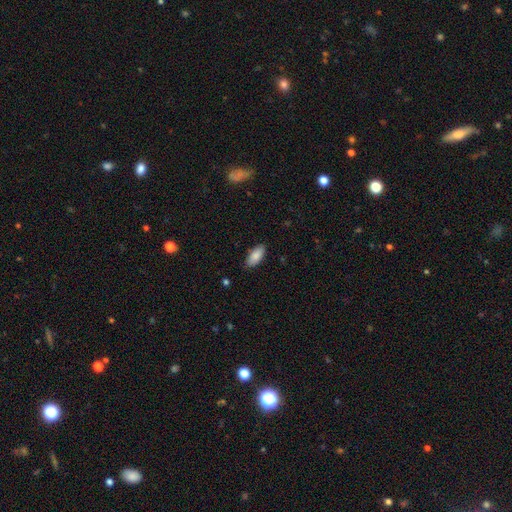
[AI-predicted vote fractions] Q: Smooth or featured?
A: smooth (86%); runner-up: featured or disk (7%)
Q: How rounded?
A: in between (88%); runner-up: cigar-shaped (10%)
Q: Merging?
A: none (86%); runner-up: minor disturbance (11%)